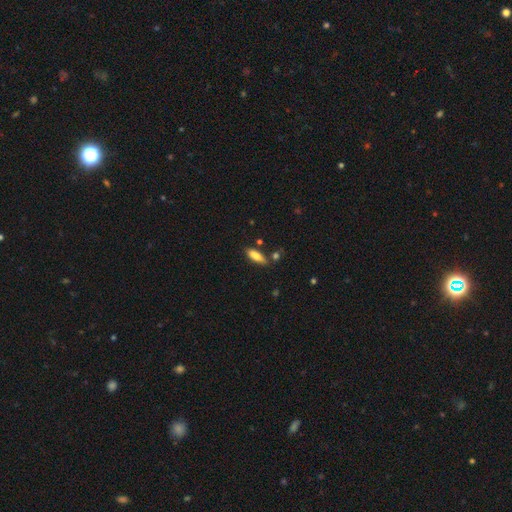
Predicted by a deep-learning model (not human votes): This is likely a smooth galaxy (79%). How rounded: possibly in between (54%). Merging: likely none (76%).